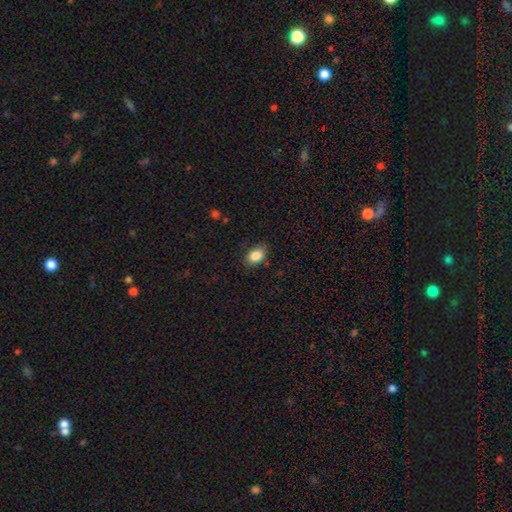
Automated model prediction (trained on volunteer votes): Smooth or featured?
  - smooth: 86% *
  - star or artifact: 8%
  - featured or disk: 6%
How rounded?
  - in between: 80% *
  - round: 19%
  - cigar-shaped: 1%
Merging?
  - none: 80% *
  - minor disturbance: 16%
  - major disturbance: 3%
  - merger: 1%